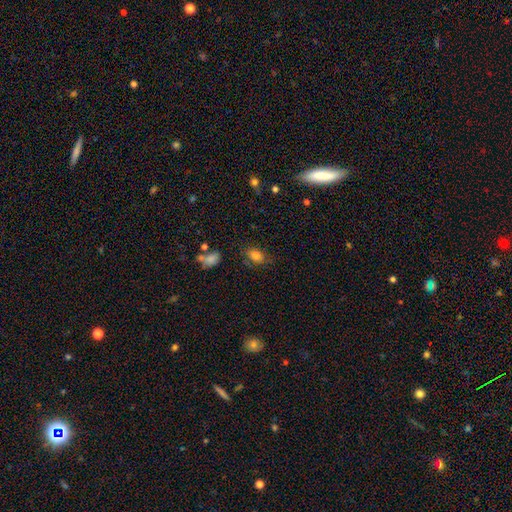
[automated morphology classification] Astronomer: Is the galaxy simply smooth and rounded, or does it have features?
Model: smooth — 81%.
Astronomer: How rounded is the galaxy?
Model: in between — 80%.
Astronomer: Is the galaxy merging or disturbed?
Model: none — 69%.